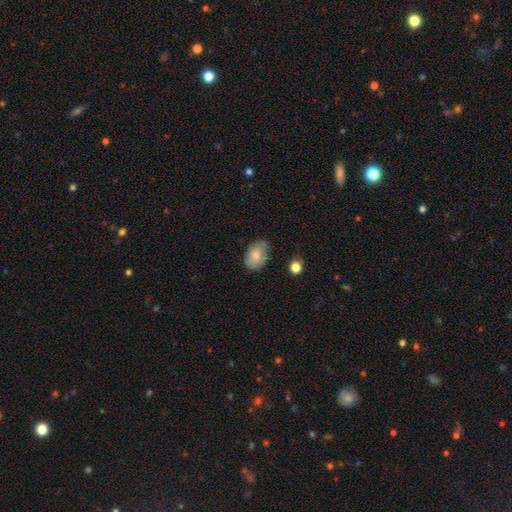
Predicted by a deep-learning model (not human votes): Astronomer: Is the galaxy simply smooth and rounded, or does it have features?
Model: smooth — 79%.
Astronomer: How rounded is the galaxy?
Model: in between — 84%.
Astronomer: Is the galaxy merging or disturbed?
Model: none — 65%.